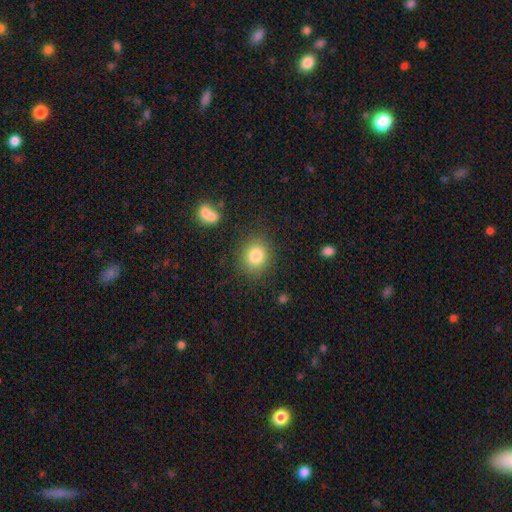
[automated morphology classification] smooth-or-featured: smooth: 83% | star or artifact: 10% | featured or disk: 7%
  how-rounded: round: 72% | in between: 27% | cigar-shaped: 1%
  merging: none: 84% | minor disturbance: 10% | major disturbance: 4% | merger: 2%